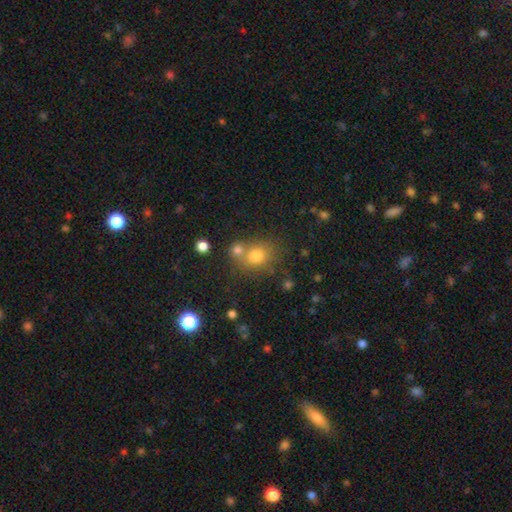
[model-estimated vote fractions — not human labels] Overall: smooth (75%). How rounded: round (70%). Merging: none (55%; merger 30%).